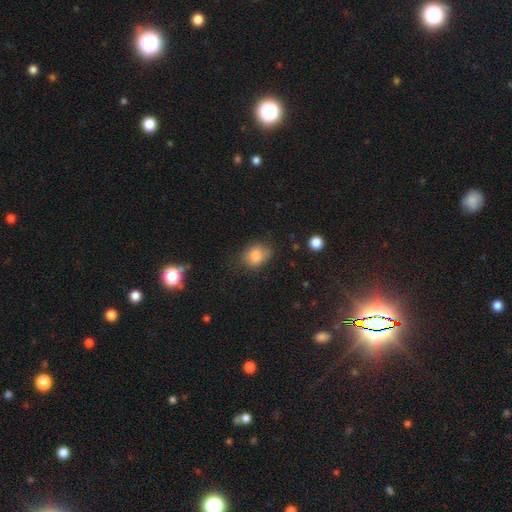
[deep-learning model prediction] Overall: smooth (84%). How rounded: in between (58%; round 41%). Merging: none (62%; minor disturbance 27%).